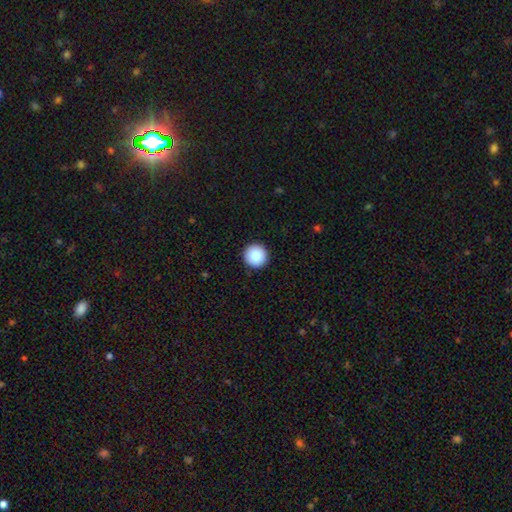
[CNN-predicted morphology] smooth-or-featured: smooth: 87% | star or artifact: 8% | featured or disk: 5%
  how-rounded: round: 97% | in between: 2% | cigar-shaped: 1%
  merging: none: 93% | minor disturbance: 4% | major disturbance: 1% | merger: 1%